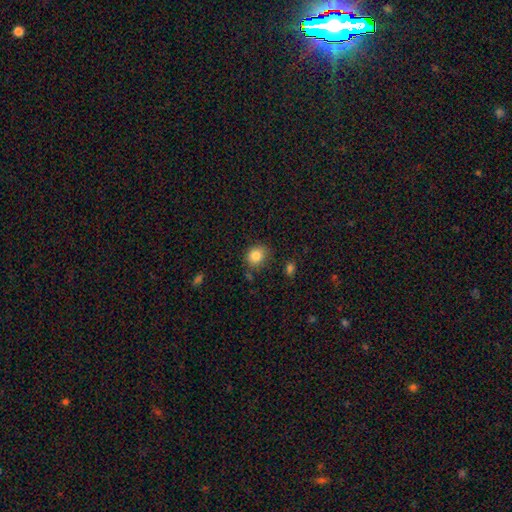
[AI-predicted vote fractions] smooth_or_featured: smooth (p=0.85) [alt: star or artifact p=0.10]
how_rounded: round (p=0.72) [alt: in between p=0.27]
merging: none (p=0.77) [alt: minor disturbance p=0.16]